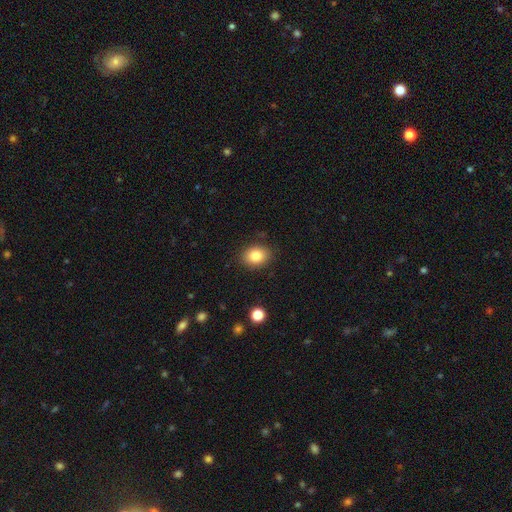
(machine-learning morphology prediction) Smooth or featured: smooth — 84% (star or artifact — 9%)
How rounded: in between — 60% (round — 39%)
Merging: none — 86% (minor disturbance — 10%)